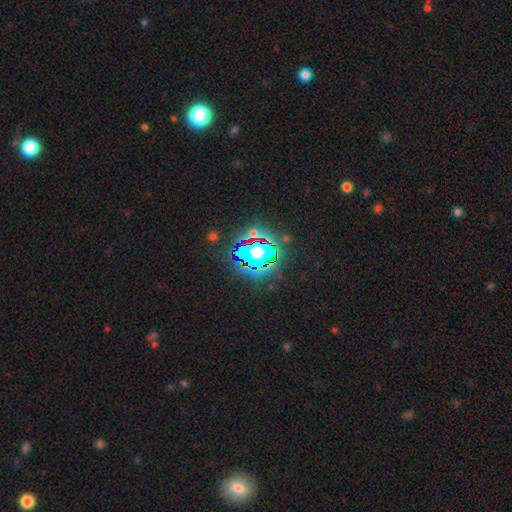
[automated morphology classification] This appears to be a star or artifact, not a galaxy (60%).